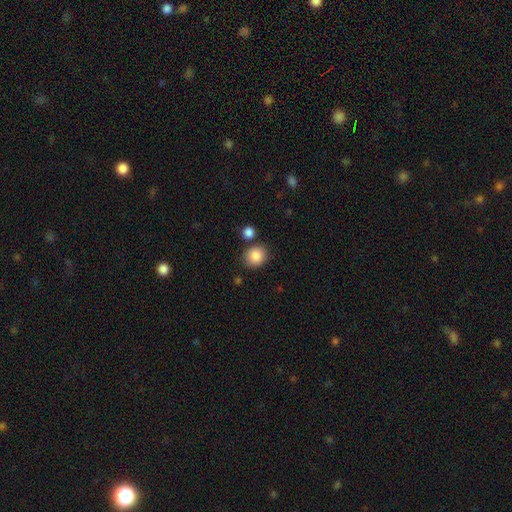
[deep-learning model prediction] Smooth or featured: smooth — 87% (star or artifact — 9%)
How rounded: round — 71% (in between — 28%)
Merging: none — 77% (minor disturbance — 11%)